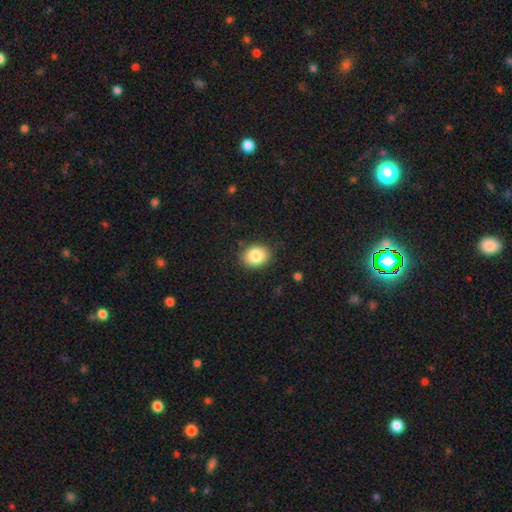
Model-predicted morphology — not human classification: Smooth or featured? Predicted: smooth (p=0.85). How rounded? Predicted: round (p=0.50, tied with in between). Merging? Predicted: none (p=0.85).